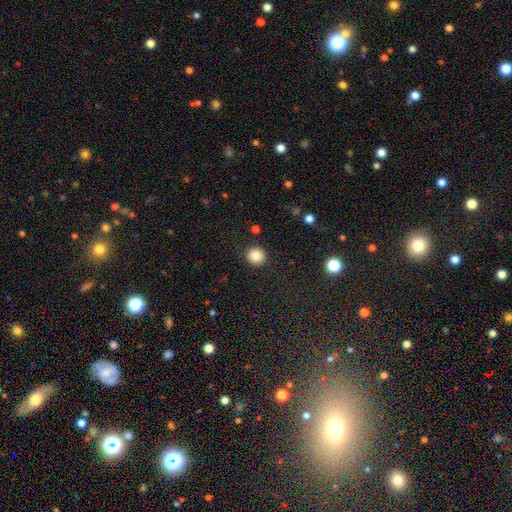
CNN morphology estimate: Overall: smooth (86%). How rounded: round (93%). Merging: none (90%).